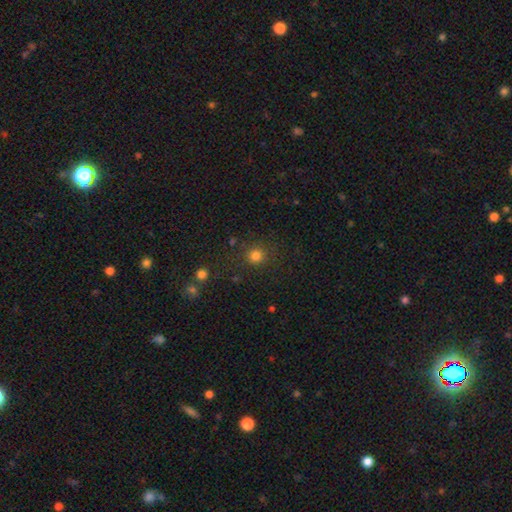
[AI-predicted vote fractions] Overall: smooth (81%). How rounded: round (91%). Merging: none (83%).